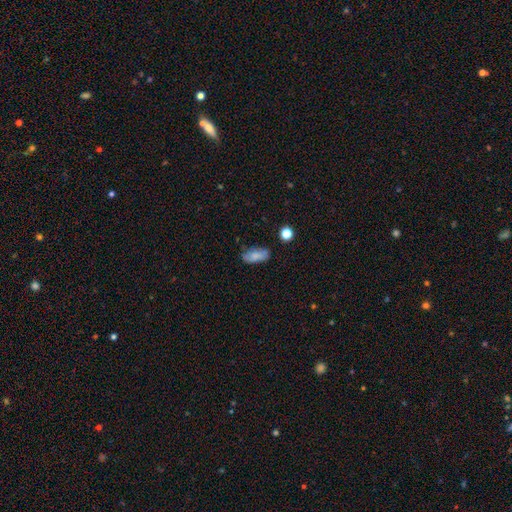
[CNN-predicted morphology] Q: Smooth or featured?
A: smooth (75%); runner-up: featured or disk (16%)
Q: How rounded?
A: in between (87%); runner-up: cigar-shaped (10%)
Q: Merging?
A: none (66%); runner-up: minor disturbance (24%)